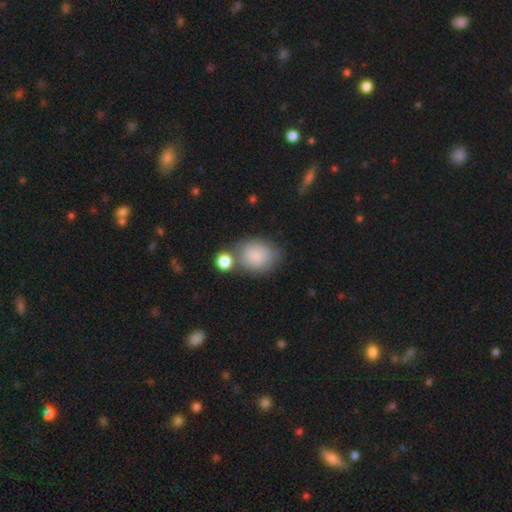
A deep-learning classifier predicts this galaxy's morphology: This is likely a smooth galaxy (69%). How rounded: possibly round (50%). Merging: possibly none (49%).